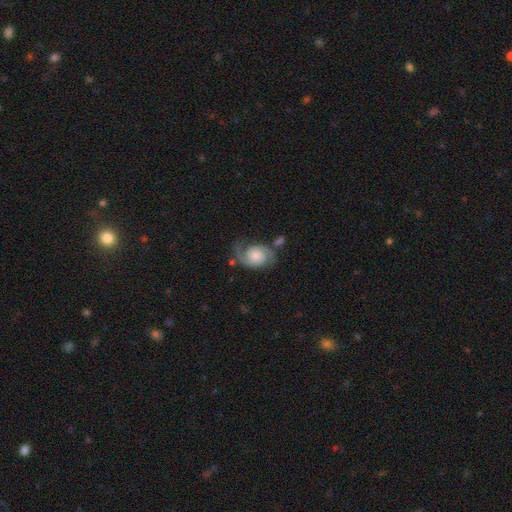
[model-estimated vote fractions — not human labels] This is clearly a featured or disk galaxy (81%). It is clearly not viewed edge-on (98%). Bar: likely no (70%). Spiral arm pattern: clearly yes (96%). Spiral arm count: clearly 2 (87%). Spiral winding: possibly medium (47%). Central bulge: marginally moderate (36%). Merging: likely none (61%).